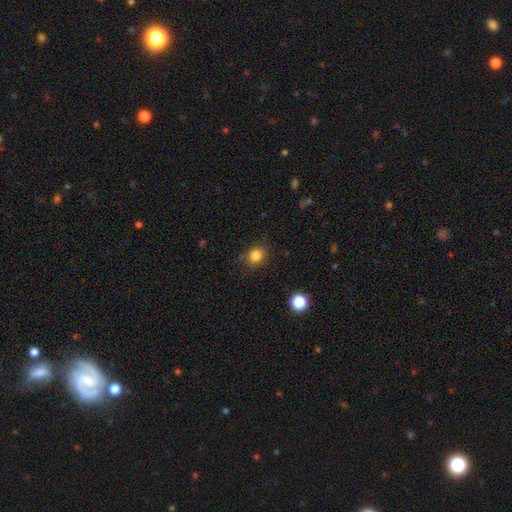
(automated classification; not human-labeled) Smooth or featured? smooth (84%)
How rounded? round (75%)
Merging? none (84%)